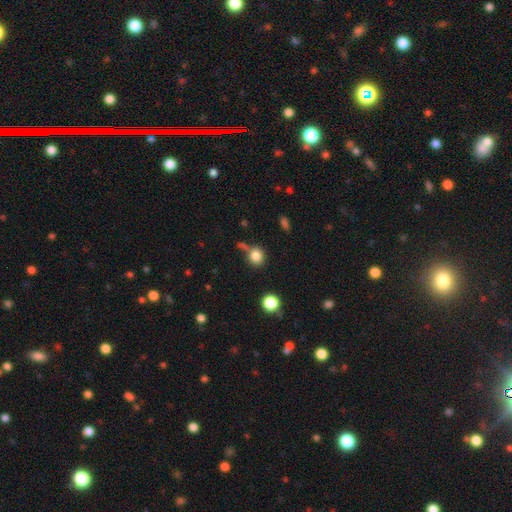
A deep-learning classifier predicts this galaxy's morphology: This appears to be a smooth galaxy with no disk features (82%) that is round (84%). Merging: none (66%).